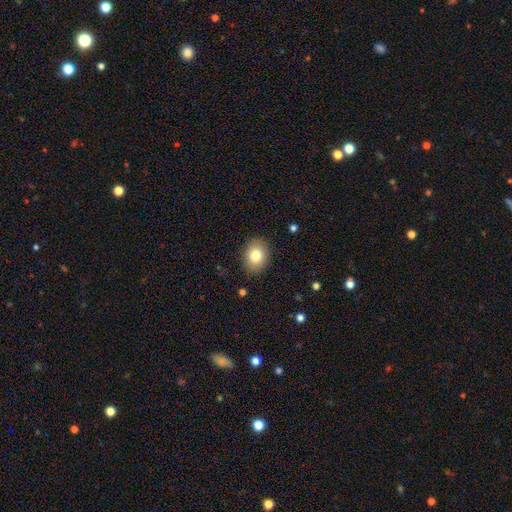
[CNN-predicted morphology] Smooth or featured? Predicted: smooth (p=0.82). How rounded? Predicted: in between (p=0.61). Merging? Predicted: none (p=0.87).